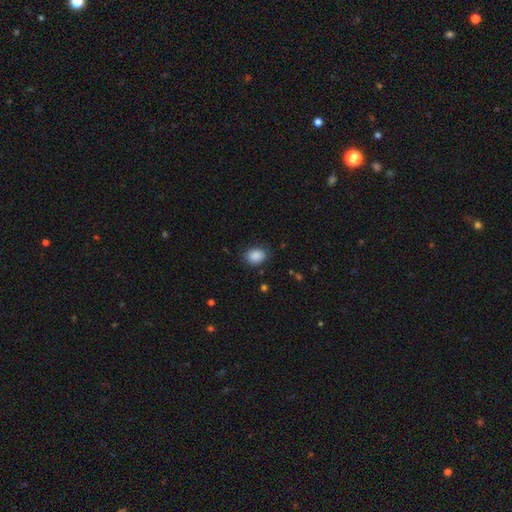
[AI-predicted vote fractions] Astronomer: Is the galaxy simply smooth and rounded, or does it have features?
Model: smooth — 88%.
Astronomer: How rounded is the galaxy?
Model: in between — 62%.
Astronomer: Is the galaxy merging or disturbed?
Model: none — 83%.